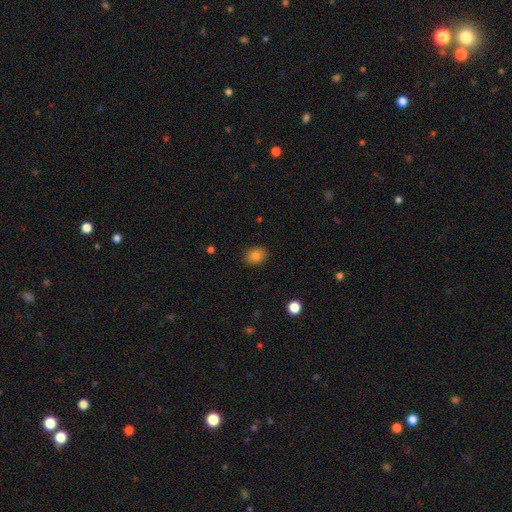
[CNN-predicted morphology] Overall: smooth (82%). How rounded: in between (60%; round 39%). Merging: none (88%).